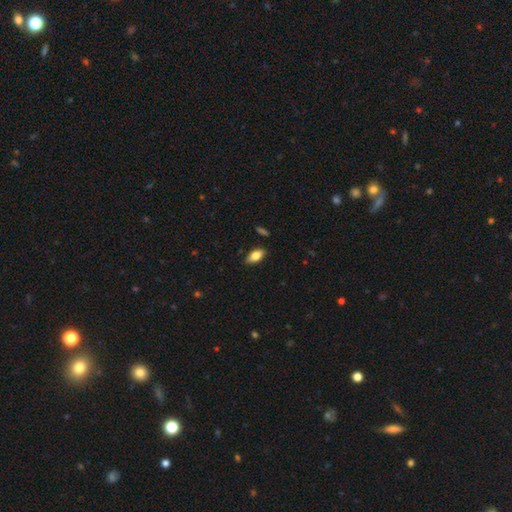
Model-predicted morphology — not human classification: Smooth or featured? smooth (78%)
How rounded? in between (89%)
Merging? none (88%)